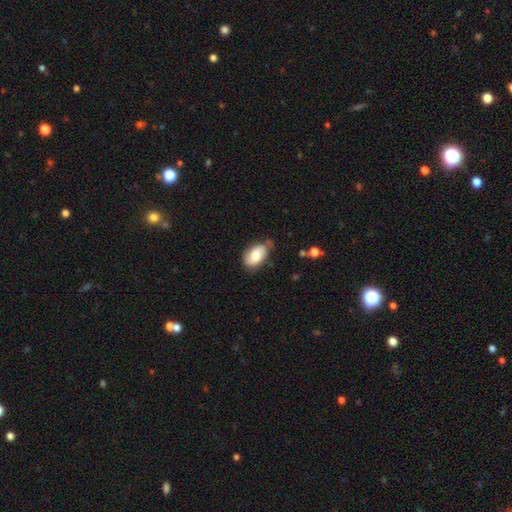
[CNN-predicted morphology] smooth-or-featured: smooth: 73% | featured or disk: 20% | star or artifact: 7%
  how-rounded: in between: 92% | round: 7% | cigar-shaped: 2%
  merging: none: 61% | minor disturbance: 30% | major disturbance: 6% | merger: 3%